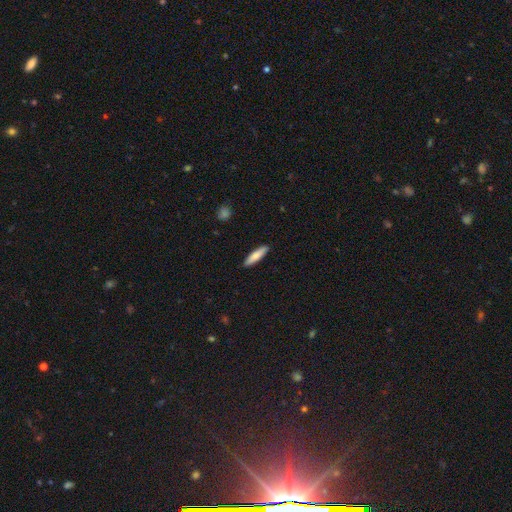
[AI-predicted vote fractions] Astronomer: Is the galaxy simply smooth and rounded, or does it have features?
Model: smooth — 79%.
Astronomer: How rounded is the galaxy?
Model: cigar-shaped — 73%.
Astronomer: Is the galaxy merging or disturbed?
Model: none — 91%.